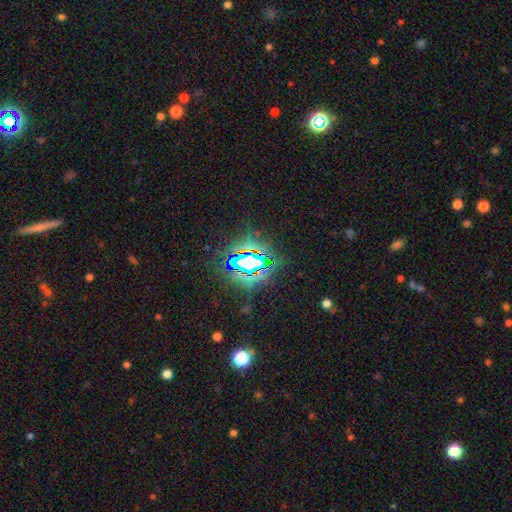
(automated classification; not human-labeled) smooth_or_featured: star or artifact (p=0.78) [alt: smooth p=0.11]